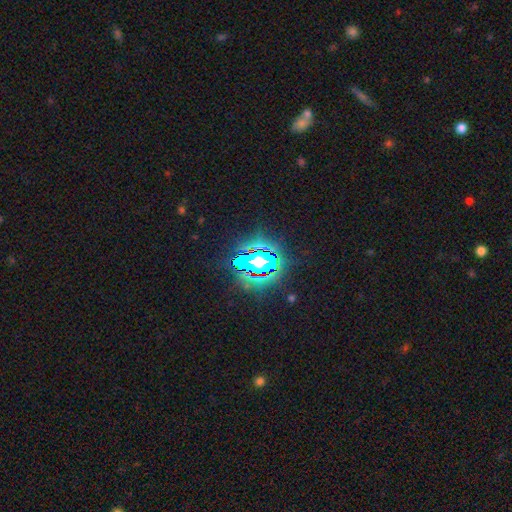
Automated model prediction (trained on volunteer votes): Smooth or featured: star or artifact — 84% (smooth — 10%)